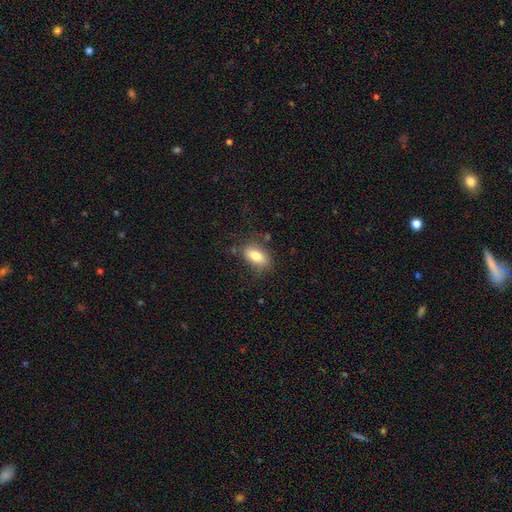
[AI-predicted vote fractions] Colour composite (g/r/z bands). It shows a smooth galaxy with no disk features (78%) that is in between round and cigar-shaped (88%). Merging: none (73%).